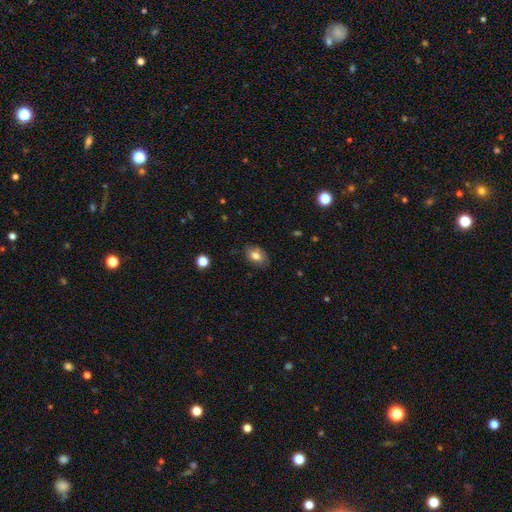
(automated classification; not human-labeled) This appears to be a smooth galaxy with no disk features (77%) that is in between round and cigar-shaped (79%). Merging: none (77%).